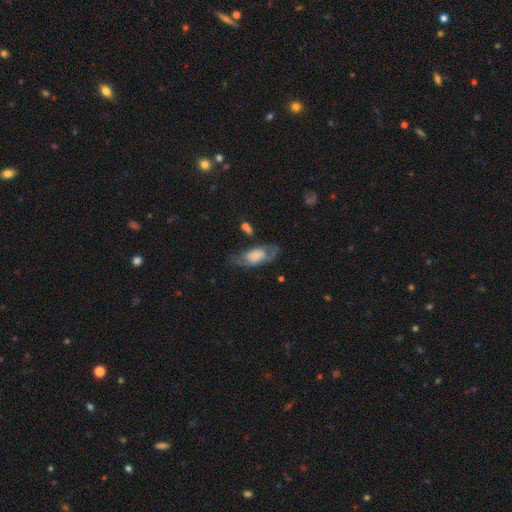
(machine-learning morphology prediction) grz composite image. It shows a smooth galaxy with no disk features (55%) that is in between round and cigar-shaped (84%). Merging: none (44%).